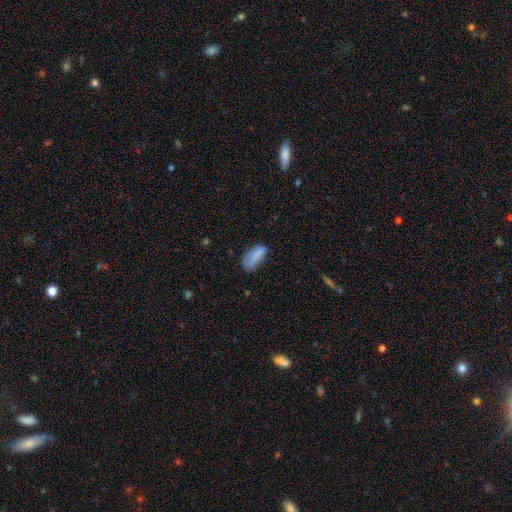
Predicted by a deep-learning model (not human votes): Smooth or featured?
  - smooth: 81% *
  - featured or disk: 10%
  - star or artifact: 9%
How rounded?
  - in between: 83% *
  - cigar-shaped: 15%
  - round: 3%
Merging?
  - none: 46% *
  - minor disturbance: 34%
  - major disturbance: 16%
  - merger: 3%